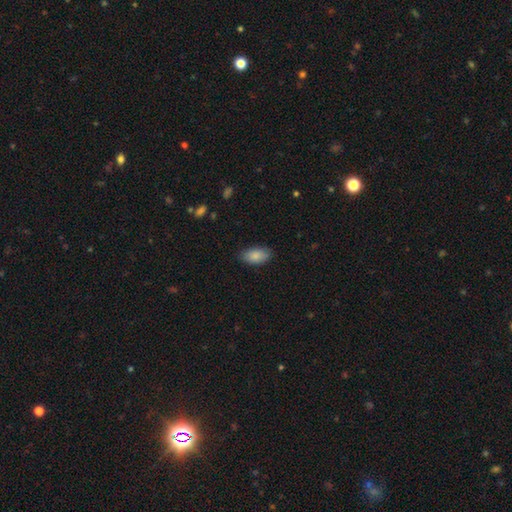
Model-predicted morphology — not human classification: A smooth galaxy with no disk features (88%) that is in between round and cigar-shaped (93%).

Vote fractions:
- Smooth or featured? smooth: 88% / star or artifact: 6% / featured or disk: 6%
- How rounded? in between: 93% / cigar-shaped: 3% / round: 3%
- Merging? none: 83% / minor disturbance: 14% / major disturbance: 3% / merger: 1%